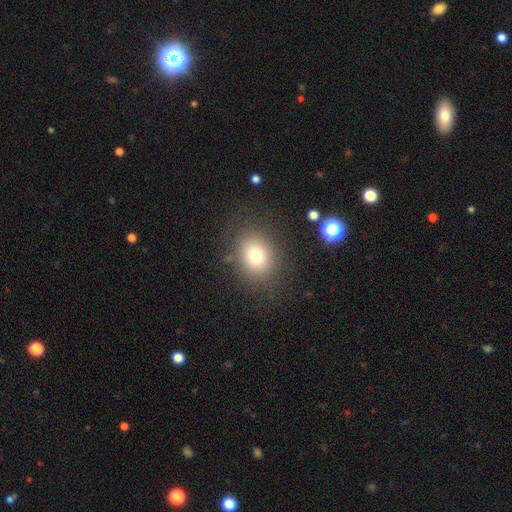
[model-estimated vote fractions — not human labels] Smooth or featured: smooth — 76% (star or artifact — 13%)
How rounded: round — 55% (in between — 44%)
Merging: none — 82% (minor disturbance — 10%)